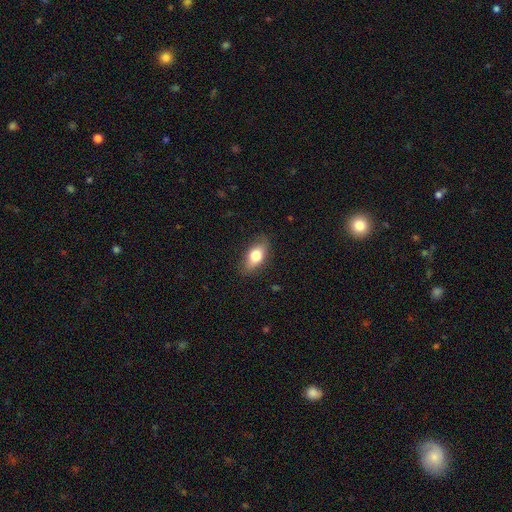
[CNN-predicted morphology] smooth-or-featured: smooth: 74% | featured or disk: 18% | star or artifact: 7%
  how-rounded: in between: 85% | cigar-shaped: 8% | round: 7%
  merging: none: 80% | minor disturbance: 15% | major disturbance: 3% | merger: 1%